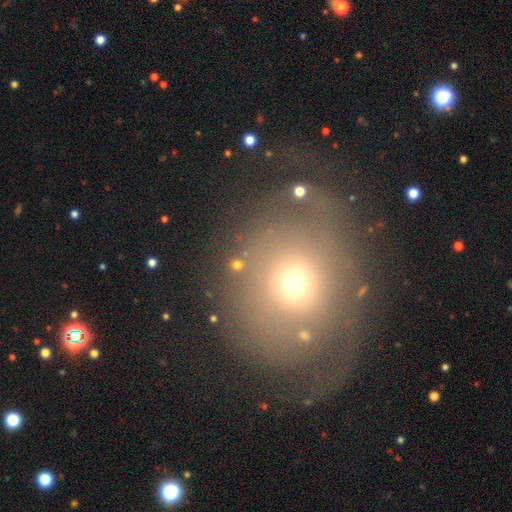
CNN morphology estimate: Smooth or featured? smooth (61%)
How rounded? round (79%)
Merging? none (73%)